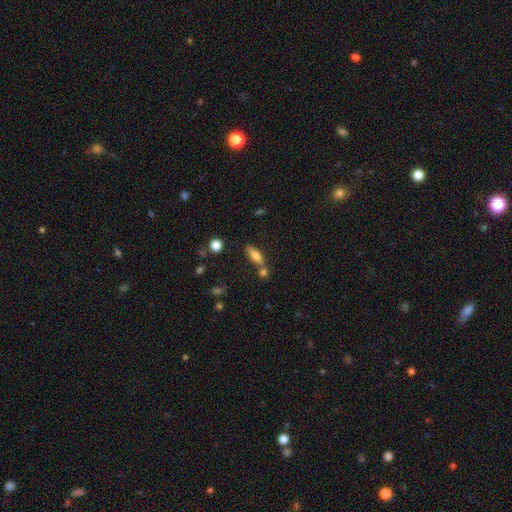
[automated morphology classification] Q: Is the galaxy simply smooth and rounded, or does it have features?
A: smooth — 74%.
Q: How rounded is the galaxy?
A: in between — 56%.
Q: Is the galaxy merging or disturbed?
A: none — 59%.